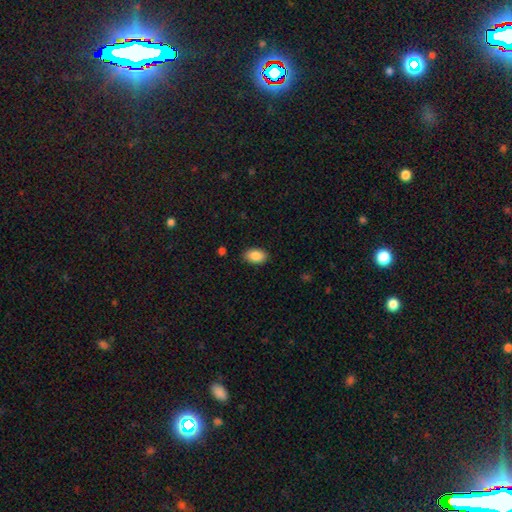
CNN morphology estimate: smooth_or_featured: smooth (p=0.89) [alt: star or artifact p=0.07]
how_rounded: in between (p=0.91) [alt: round p=0.08]
merging: none (p=0.87) [alt: minor disturbance p=0.10]